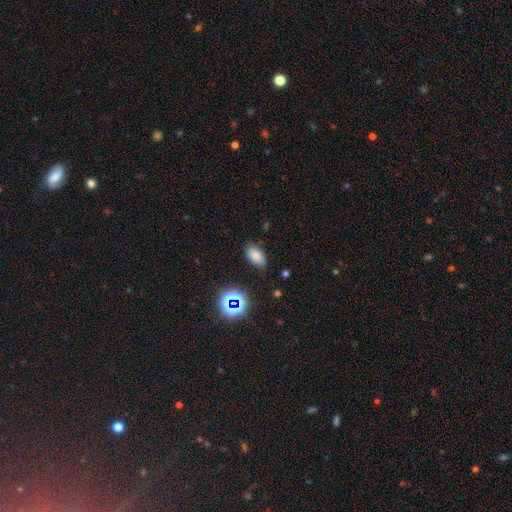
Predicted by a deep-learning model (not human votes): Smooth or featured? Predicted: smooth (p=0.77). How rounded? Predicted: in between (p=0.92). Merging? Predicted: none (p=0.80).